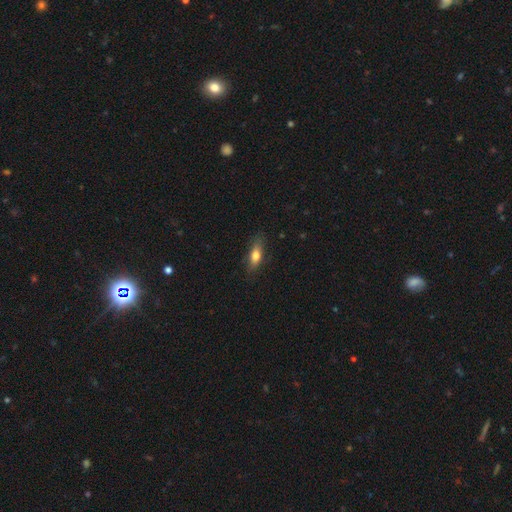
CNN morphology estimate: Overall: smooth (72%). How rounded: in between (63%; cigar-shaped 33%). Merging: none (79%).